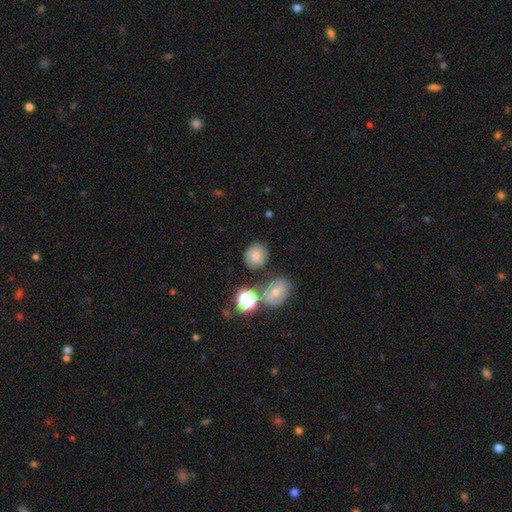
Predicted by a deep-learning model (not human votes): Q: Smooth or featured?
A: smooth (54%); runner-up: featured or disk (33%)
Q: How rounded?
A: round (79%); runner-up: in between (20%)
Q: Merging?
A: none (70%); runner-up: minor disturbance (15%)